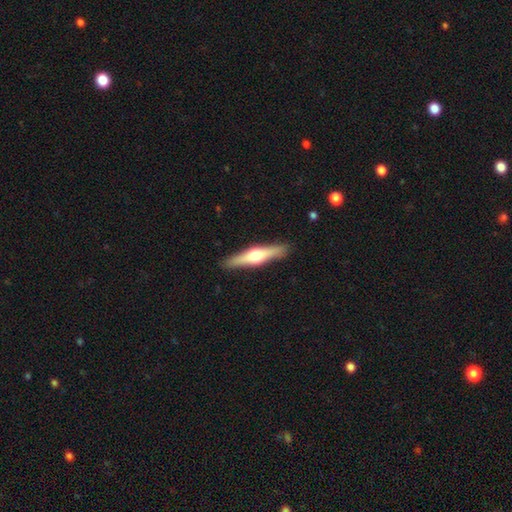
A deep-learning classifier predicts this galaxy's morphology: type=featured or disk (62%); edge-on=yes (96%); edge-on bulge=rounded (94%); merging=none (91%).